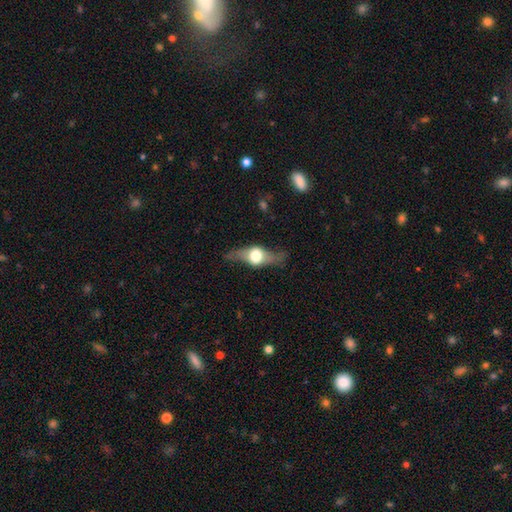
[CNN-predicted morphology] A featured or disk galaxy (70%) viewed edge-on (85%) with a rounded central bulge (95%).

Vote fractions:
- Smooth or featured? featured or disk: 70% / smooth: 24% / star or artifact: 6%
- Edge-on disk? yes: 85% / no: 15%
- Edge-on bulge? rounded: 95% / boxy: 4% / none: 1%
- Merging? none: 69% / minor disturbance: 18% / major disturbance: 10% / merger: 2%